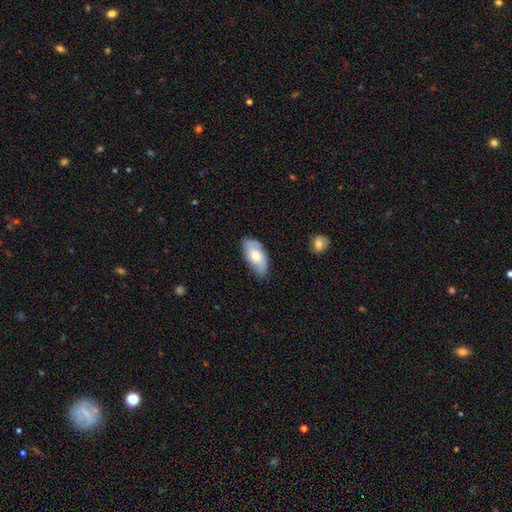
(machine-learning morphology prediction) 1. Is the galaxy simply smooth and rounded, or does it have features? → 64% smooth, 30% featured or disk, 6% star or artifact.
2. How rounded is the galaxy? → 93% in between, 4% cigar-shaped, 3% round.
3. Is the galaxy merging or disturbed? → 69% none, 25% minor disturbance, 4% major disturbance, 1% merger.